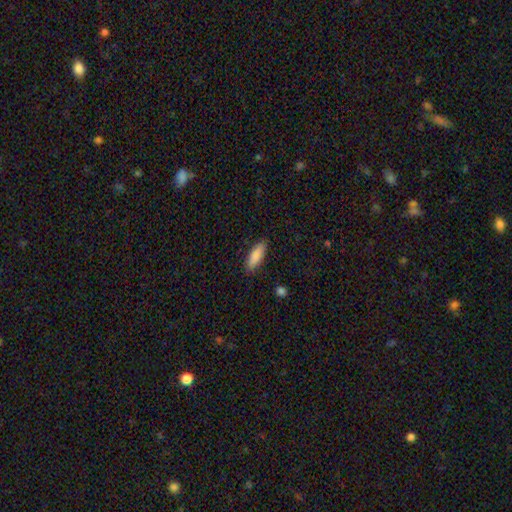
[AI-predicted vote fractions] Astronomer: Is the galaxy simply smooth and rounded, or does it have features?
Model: smooth — 87%.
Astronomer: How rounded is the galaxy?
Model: in between — 56% (runner-up: cigar-shaped, 42%).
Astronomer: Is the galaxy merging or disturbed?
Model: none — 87%.